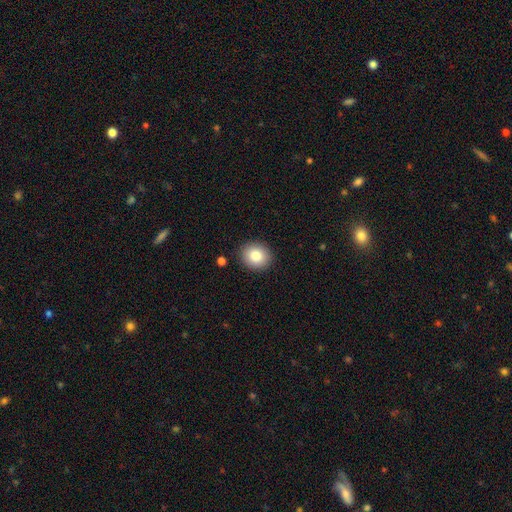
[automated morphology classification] Overall: smooth (85%). How rounded: round (66%; in between 33%). Merging: none (89%).